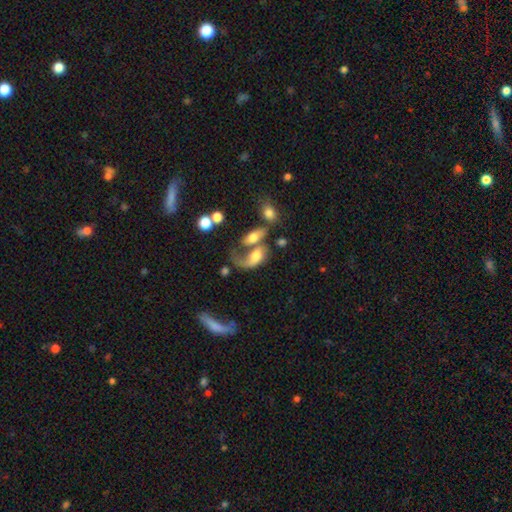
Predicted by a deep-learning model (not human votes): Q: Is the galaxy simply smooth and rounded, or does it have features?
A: smooth — 45%, tied with featured or disk.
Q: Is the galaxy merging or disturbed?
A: merger — 54%.